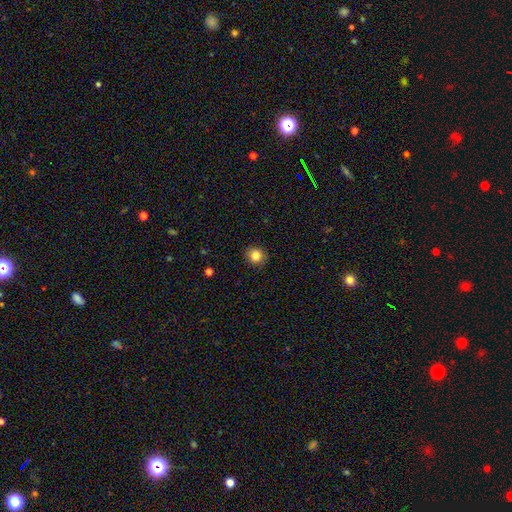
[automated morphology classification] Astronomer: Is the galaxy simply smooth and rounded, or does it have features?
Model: smooth — 83%.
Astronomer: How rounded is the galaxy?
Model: round — 87%.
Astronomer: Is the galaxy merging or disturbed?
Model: none — 90%.